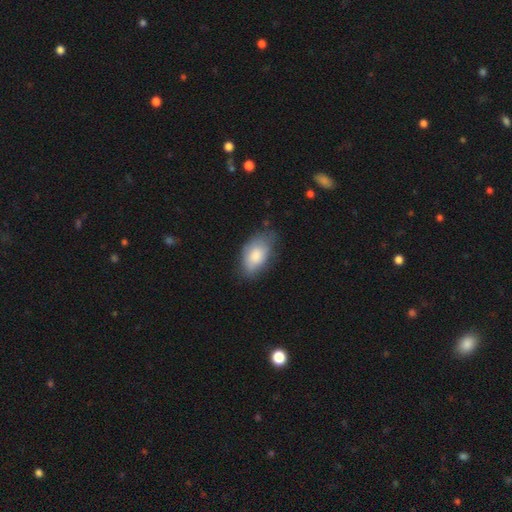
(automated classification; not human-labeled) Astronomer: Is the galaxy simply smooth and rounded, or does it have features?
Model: smooth — 79%.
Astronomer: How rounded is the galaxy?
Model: in between — 93%.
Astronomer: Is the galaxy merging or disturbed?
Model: none — 54% (runner-up: minor disturbance, 34%).